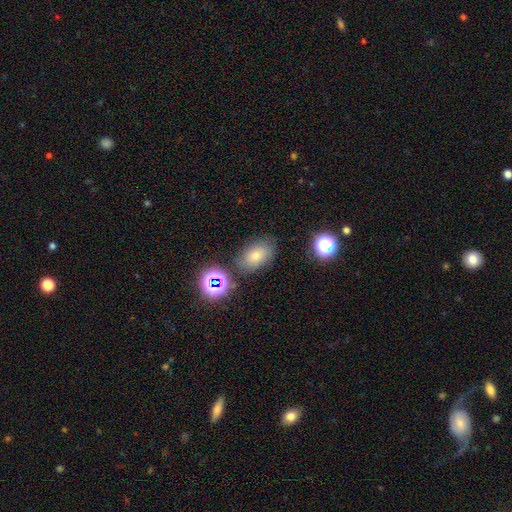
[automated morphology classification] A smooth galaxy with no disk features (62%) that is in between round and cigar-shaped (80%). Merging: none (77%).